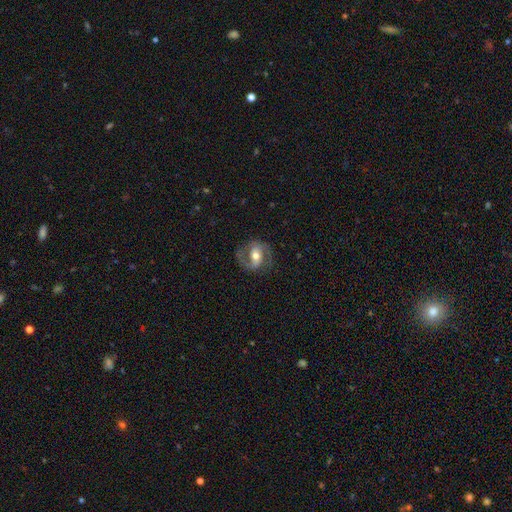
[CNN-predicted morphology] A featured or disk galaxy (83%) with a weak bar (39%), 2 (90%) medium (57%) spiral arms (93%) and a moderate central bulge (71%). Merging: none (79%).